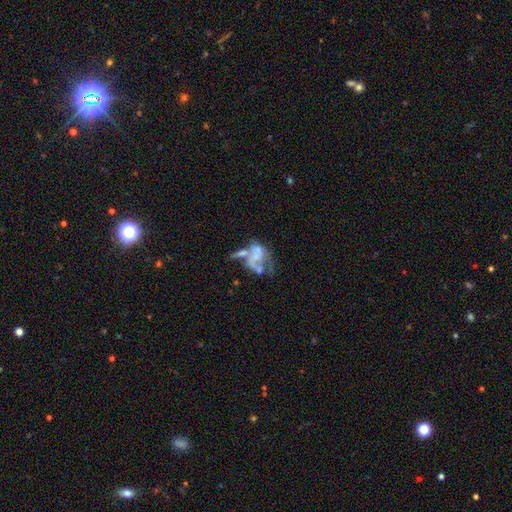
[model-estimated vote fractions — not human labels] This appears to be a featured or disk galaxy (60%) with no bar (84%), no spiral arms (76%) and no central bulge (61%). Merging: merger (42%).